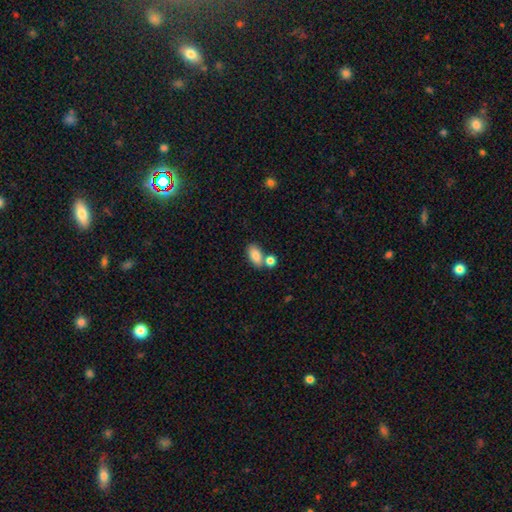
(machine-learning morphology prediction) Overall: smooth (84%). How rounded: in between (90%). Merging: none (57%; merger 28%).